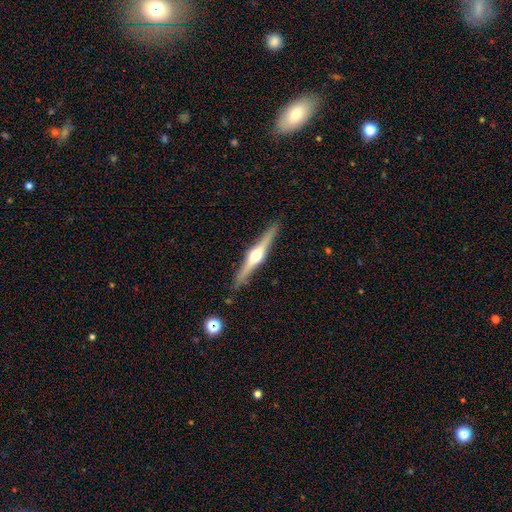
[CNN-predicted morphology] Smooth or featured? featured or disk (78%)
Edge-on disk? yes (98%)
Edge-on bulge? rounded (95%)
Merging? none (90%)